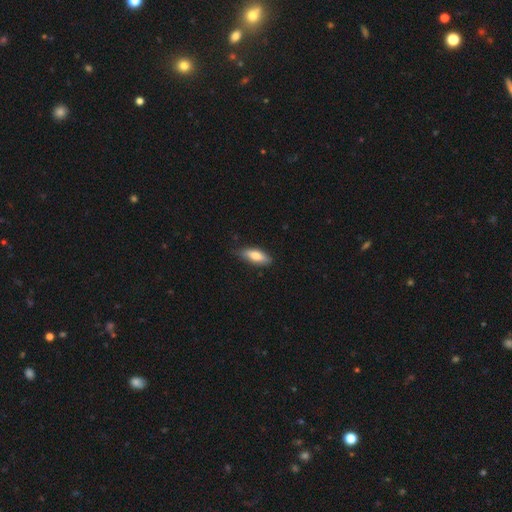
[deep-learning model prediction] Smooth or featured?
  - smooth: 75% *
  - featured or disk: 19%
  - star or artifact: 6%
How rounded?
  - in between: 71% *
  - cigar-shaped: 26%
  - round: 2%
Merging?
  - none: 74% *
  - minor disturbance: 22%
  - major disturbance: 3%
  - merger: 1%